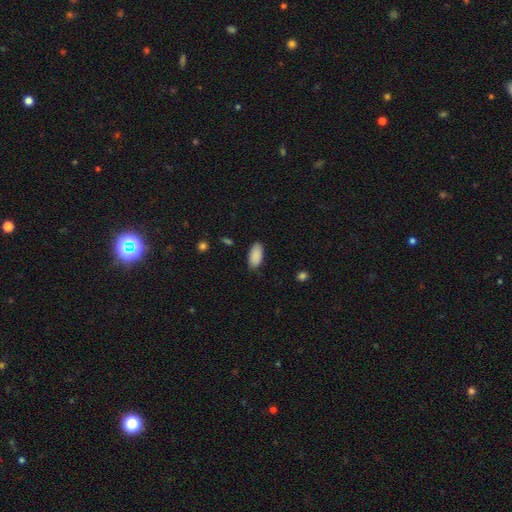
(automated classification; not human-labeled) smooth-or-featured: smooth: 90% | star or artifact: 6% | featured or disk: 4%
  how-rounded: in between: 93% | cigar-shaped: 5% | round: 2%
  merging: none: 85% | minor disturbance: 11% | major disturbance: 2% | merger: 1%